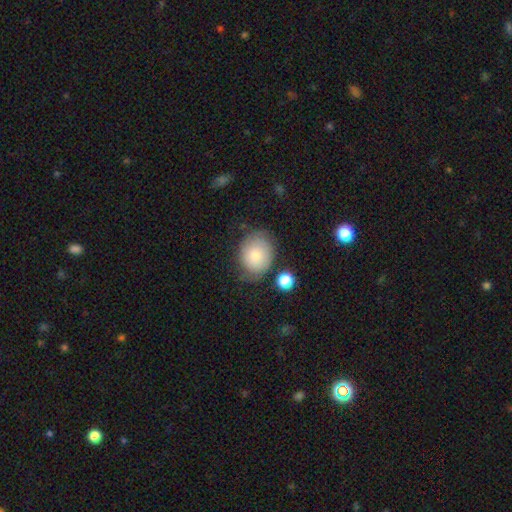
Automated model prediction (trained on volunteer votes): The model was most divided on "how rounded": round: 57%, in between: 42%, cigar-shaped: 1%. More confident: smooth or featured — smooth (74%); merging — none (61%).